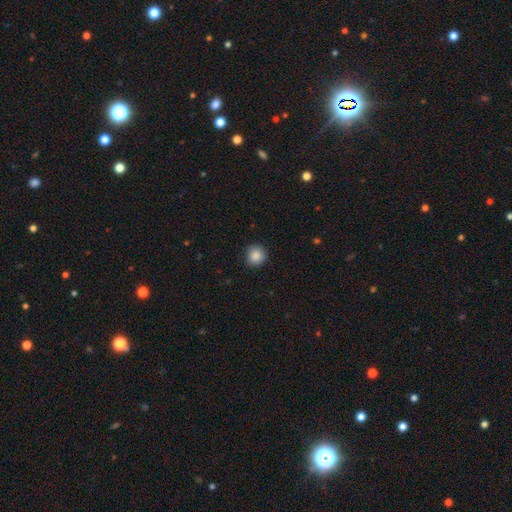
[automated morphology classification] type=smooth (88%); roundness=round (92%); merging=none (86%).